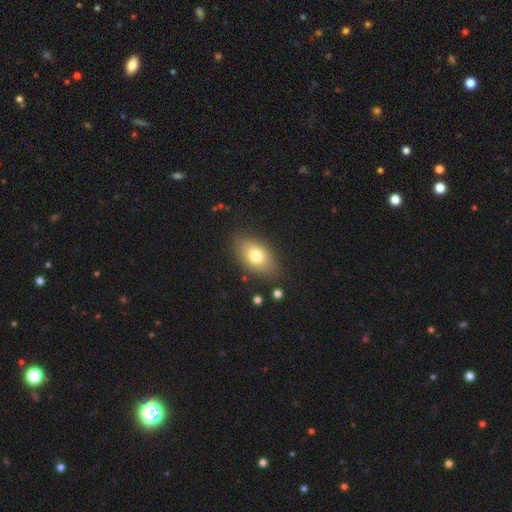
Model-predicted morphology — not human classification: Q: Smooth or featured?
A: smooth (75%); runner-up: featured or disk (17%)
Q: How rounded?
A: in between (88%); runner-up: round (10%)
Q: Merging?
A: none (81%); runner-up: minor disturbance (13%)